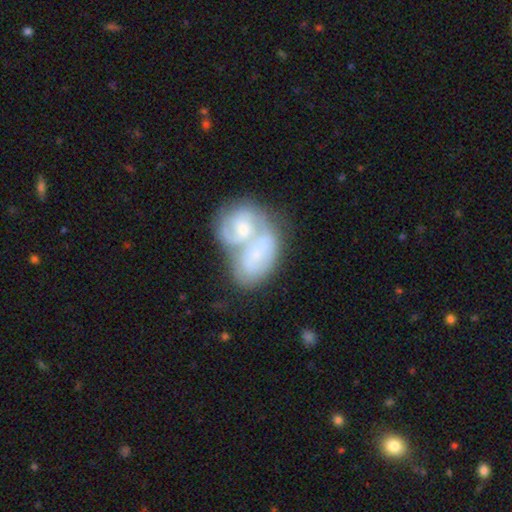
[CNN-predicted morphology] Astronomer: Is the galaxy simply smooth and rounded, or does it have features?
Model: featured or disk — 59%.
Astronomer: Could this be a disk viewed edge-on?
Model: no — 97%.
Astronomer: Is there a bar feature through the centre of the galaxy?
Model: no — 67%.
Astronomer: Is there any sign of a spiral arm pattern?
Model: yes — 70%.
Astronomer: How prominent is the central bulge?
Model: small — 51% (runner-up: moderate, 29%).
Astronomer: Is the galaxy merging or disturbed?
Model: merger — 75%.